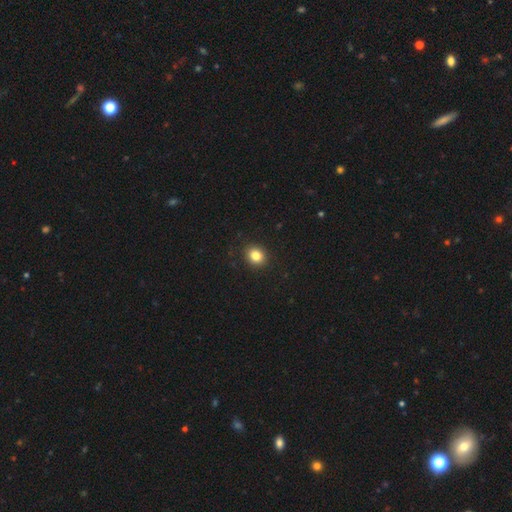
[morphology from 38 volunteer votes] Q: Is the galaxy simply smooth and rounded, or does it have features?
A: smooth — 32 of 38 (84%).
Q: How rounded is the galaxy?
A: round — 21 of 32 (66%).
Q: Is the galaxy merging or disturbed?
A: none — 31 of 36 (86%).